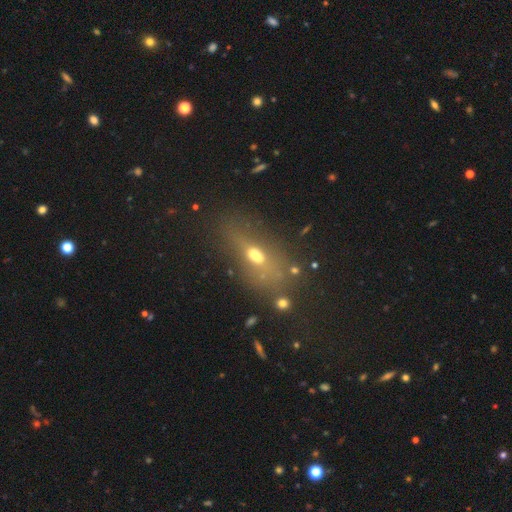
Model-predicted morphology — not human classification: Smooth or featured? Predicted: smooth (p=0.51). How rounded? Predicted: in between (p=0.69). Merging? Predicted: none (p=0.60).